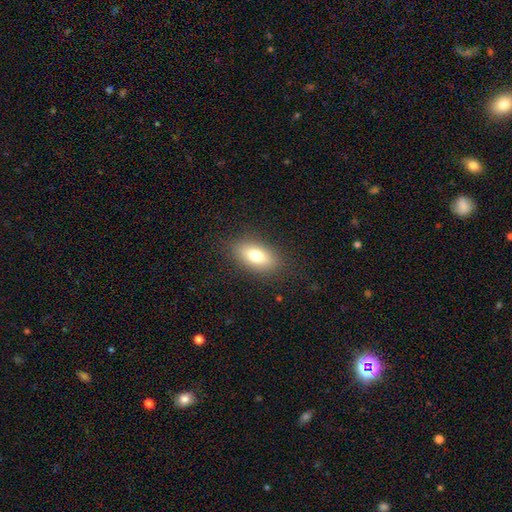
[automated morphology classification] This appears to be a smooth galaxy with no disk features (76%) that is in between round and cigar-shaped (86%). Merging: none (86%).